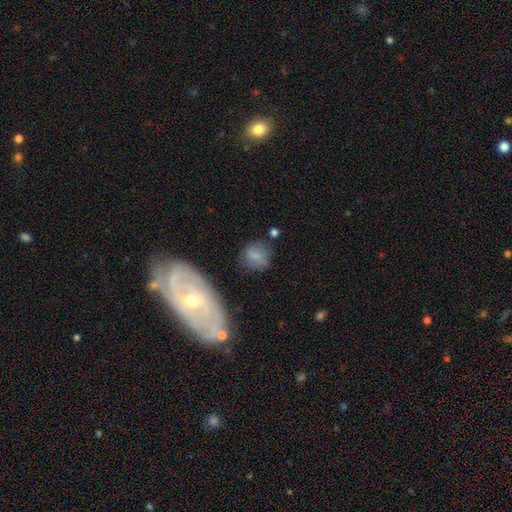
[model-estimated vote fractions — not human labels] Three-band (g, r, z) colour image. It shows a smooth galaxy with no disk features (71%) that is round (72%). Merging: none (68%).